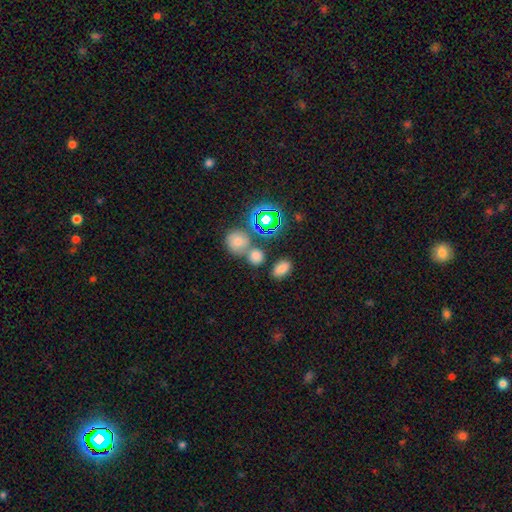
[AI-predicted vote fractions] A smooth galaxy with no disk features (70%) that is round (60%). Merging: none (59%).